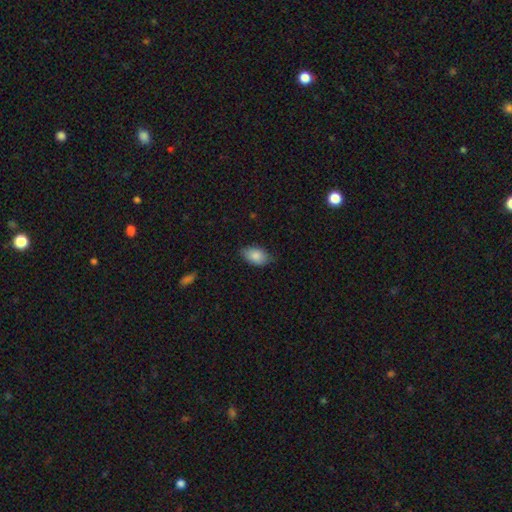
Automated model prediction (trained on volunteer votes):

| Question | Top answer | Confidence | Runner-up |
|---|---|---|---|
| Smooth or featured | smooth | 86% | featured or disk (7%) |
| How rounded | in between | 90% | round (8%) |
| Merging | none | 73% | minor disturbance (22%) |